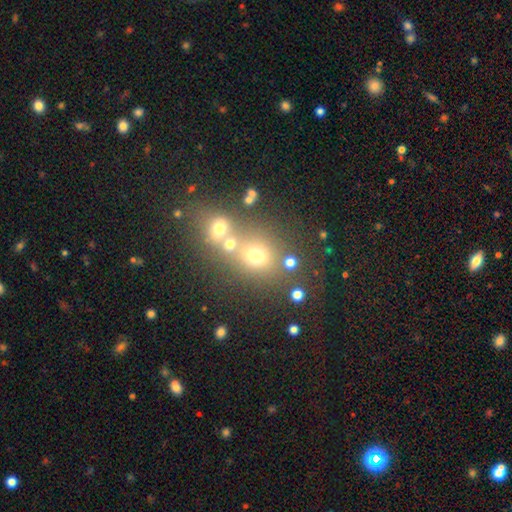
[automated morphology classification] smooth-or-featured: smooth: 61% | star or artifact: 24% | featured or disk: 15%
  how-rounded: round: 69% | in between: 30% | cigar-shaped: 2%
  merging: none: 44% | merger: 42% | minor disturbance: 8% | major disturbance: 5%